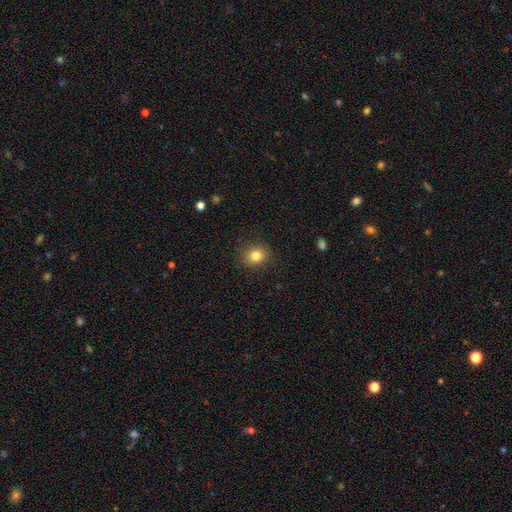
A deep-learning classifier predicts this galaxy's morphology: Smooth or featured: smooth — 83% (star or artifact — 11%)
How rounded: round — 71% (in between — 28%)
Merging: none — 87% (minor disturbance — 9%)